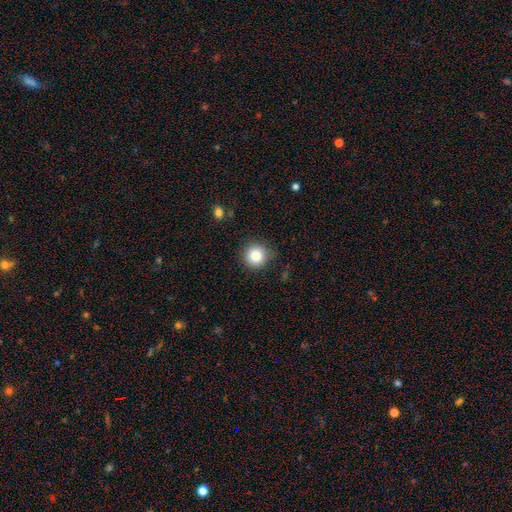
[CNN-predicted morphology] Smooth or featured: smooth — 84% (star or artifact — 10%)
How rounded: round — 94% (in between — 5%)
Merging: none — 84% (minor disturbance — 12%)